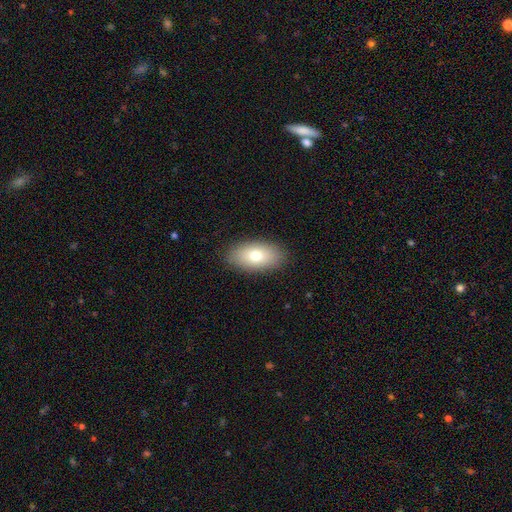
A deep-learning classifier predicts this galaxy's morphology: This is likely a smooth galaxy (75%). How rounded: clearly in between (92%). Merging: clearly none (88%).